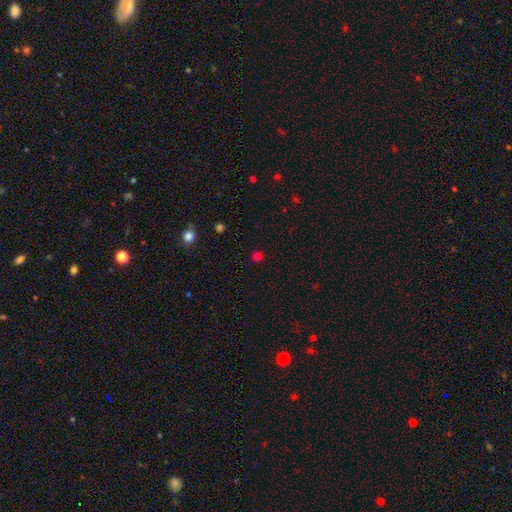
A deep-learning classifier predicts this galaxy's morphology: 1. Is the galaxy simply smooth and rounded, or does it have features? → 71% smooth, 25% star or artifact, 4% featured or disk.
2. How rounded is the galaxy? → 91% round, 8% in between, 1% cigar-shaped.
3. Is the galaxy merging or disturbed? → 89% none, 7% minor disturbance, 2% major disturbance, 2% merger.